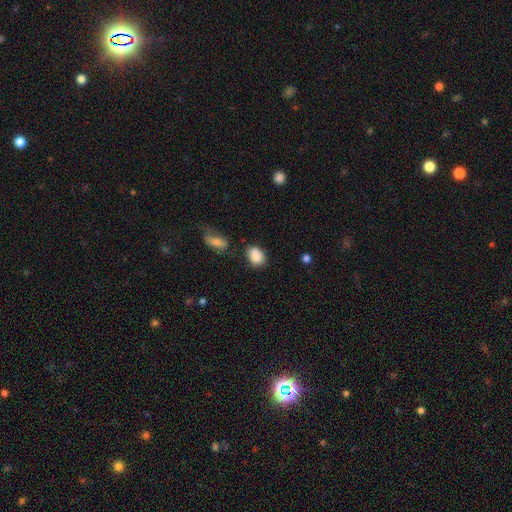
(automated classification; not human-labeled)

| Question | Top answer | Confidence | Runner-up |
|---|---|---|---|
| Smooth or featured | smooth | 88% | star or artifact (8%) |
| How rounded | in between | 75% | round (23%) |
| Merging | none | 66% | minor disturbance (20%) |